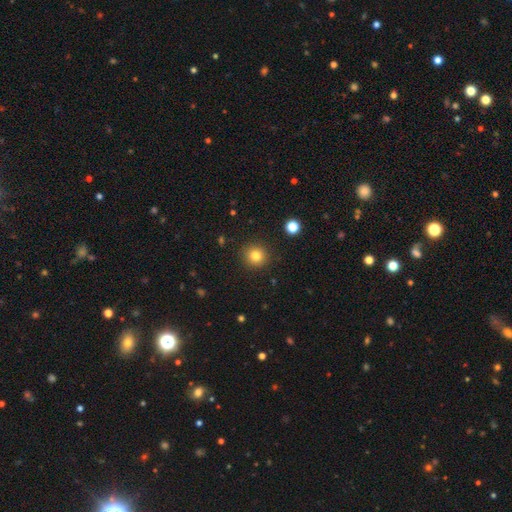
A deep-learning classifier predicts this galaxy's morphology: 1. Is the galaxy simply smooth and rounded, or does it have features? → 81% smooth, 12% star or artifact, 7% featured or disk.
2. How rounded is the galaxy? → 93% round, 6% in between, 1% cigar-shaped.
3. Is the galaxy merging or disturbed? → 90% none, 6% minor disturbance, 2% major disturbance, 1% merger.